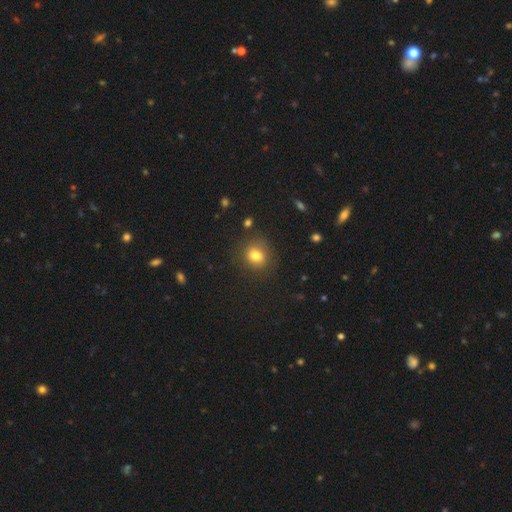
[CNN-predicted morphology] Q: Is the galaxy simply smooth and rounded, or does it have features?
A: smooth — 79%.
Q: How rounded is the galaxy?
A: round — 69%.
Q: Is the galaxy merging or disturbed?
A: none — 81%.